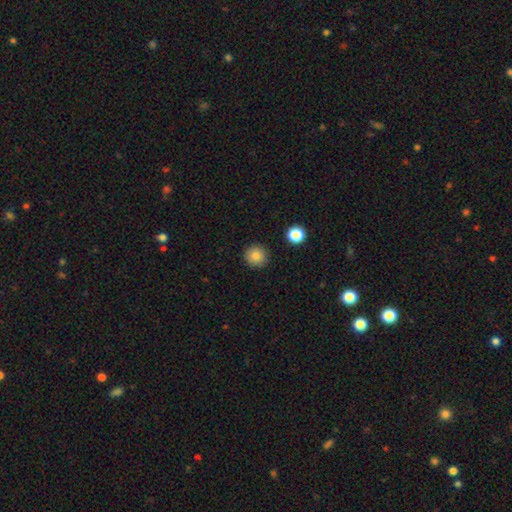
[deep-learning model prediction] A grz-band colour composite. It shows a smooth galaxy with no disk features (82%) that is round (95%). Merging: none (91%).